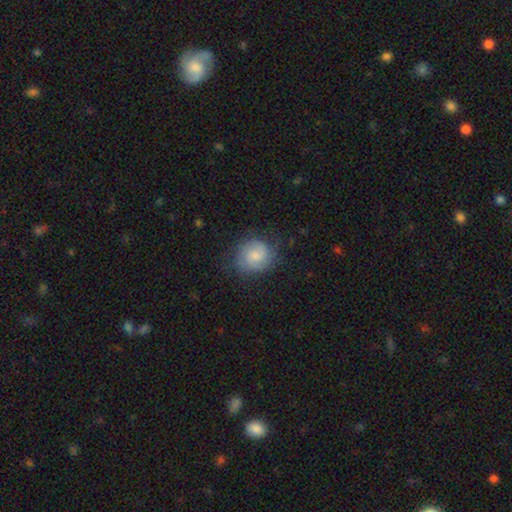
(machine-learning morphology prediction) smooth 47%, featured or disk 45%, star or artifact 8%. Down the decision tree: merging — none (72%).